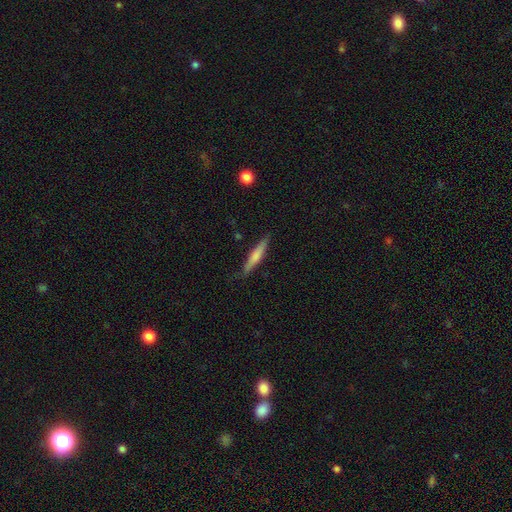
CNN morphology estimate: smooth-or-featured: smooth: 59% | featured or disk: 35% | star or artifact: 6%
  how-rounded: cigar-shaped: 91% | in between: 7% | round: 1%
  merging: none: 86% | minor disturbance: 11% | major disturbance: 2% | merger: 1%